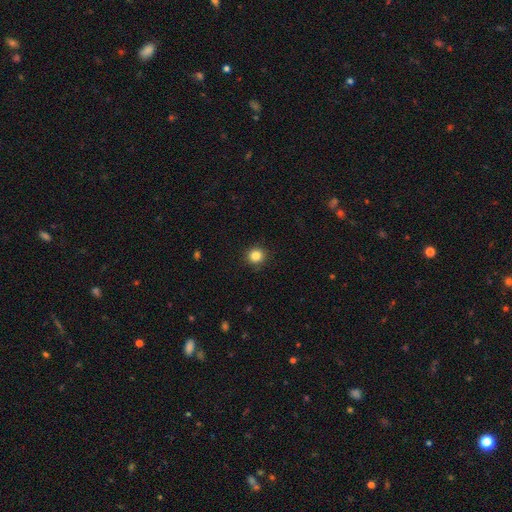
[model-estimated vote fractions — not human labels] smooth-or-featured: smooth: 84% | star or artifact: 11% | featured or disk: 4%
  how-rounded: round: 93% | in between: 6% | cigar-shaped: 1%
  merging: none: 91% | minor disturbance: 6% | major disturbance: 2% | merger: 1%